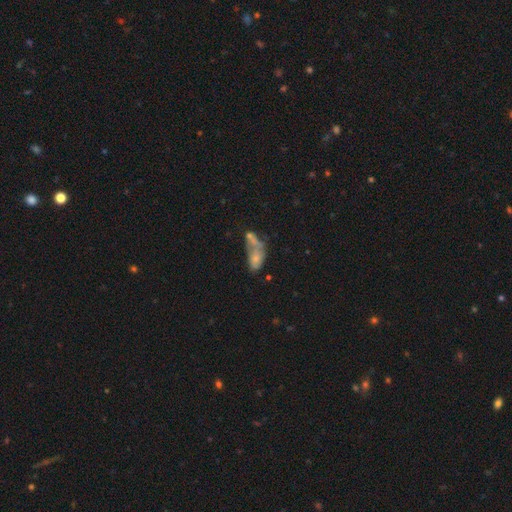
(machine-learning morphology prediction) This appears to be a smooth galaxy with no disk features (51%) that is in between round and cigar-shaped (82%). Merging: merger (48%).